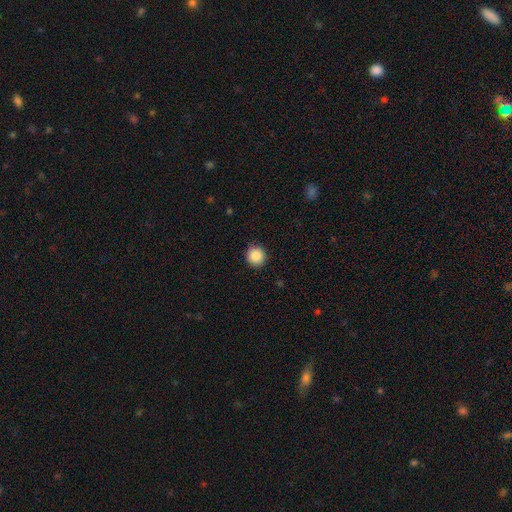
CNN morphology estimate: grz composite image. It shows a smooth galaxy with no disk features (88%) that is round (93%). Merging: none (91%).